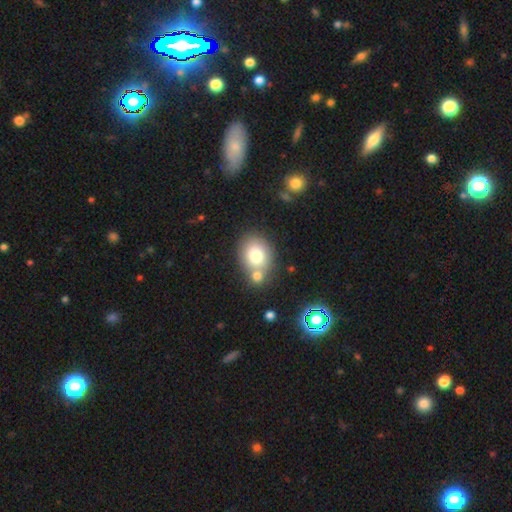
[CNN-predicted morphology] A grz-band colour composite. It shows a smooth galaxy with no disk features (76%) that is round (50%). Merging: none (52%).